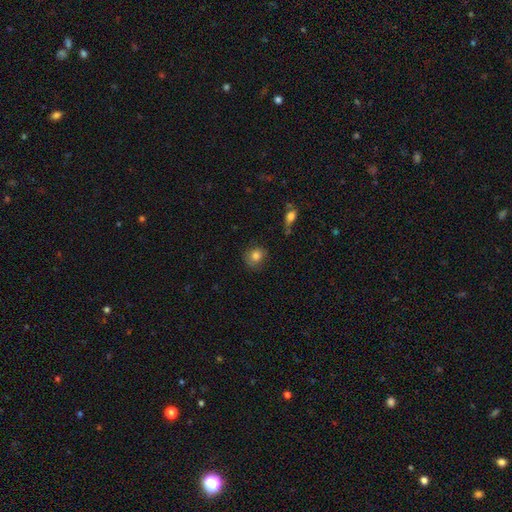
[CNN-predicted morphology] smooth 81%, featured or disk 10%, star or artifact 9%. Down the decision tree: how rounded — round (76%); merging — none (72%).